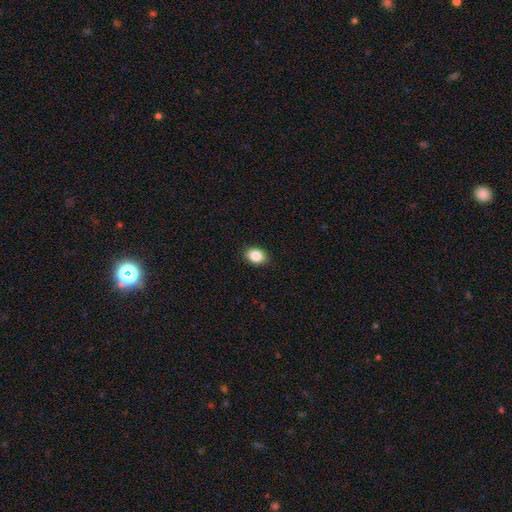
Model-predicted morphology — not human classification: Overall: smooth (86%). How rounded: in between (69%; round 30%). Merging: none (90%).